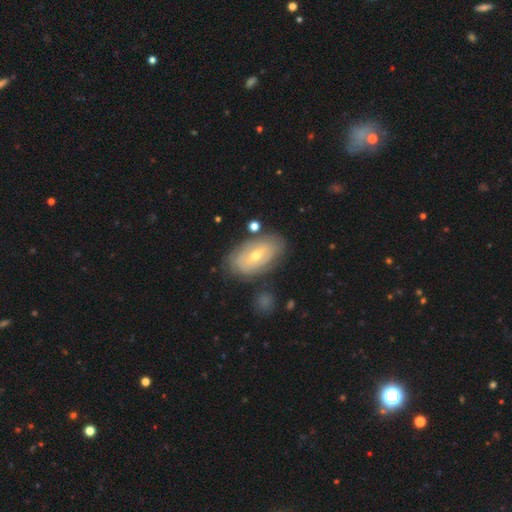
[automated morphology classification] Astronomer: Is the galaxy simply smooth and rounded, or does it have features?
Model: featured or disk — 63%.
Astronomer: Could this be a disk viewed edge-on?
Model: no — 91%.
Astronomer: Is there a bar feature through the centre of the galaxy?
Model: no — 48% (runner-up: weak, 37%).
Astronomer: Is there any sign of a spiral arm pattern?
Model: yes — 59% (runner-up: no, 41%).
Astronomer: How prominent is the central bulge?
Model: small — 49% (runner-up: moderate, 48%).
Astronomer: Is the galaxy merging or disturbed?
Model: none — 77%.